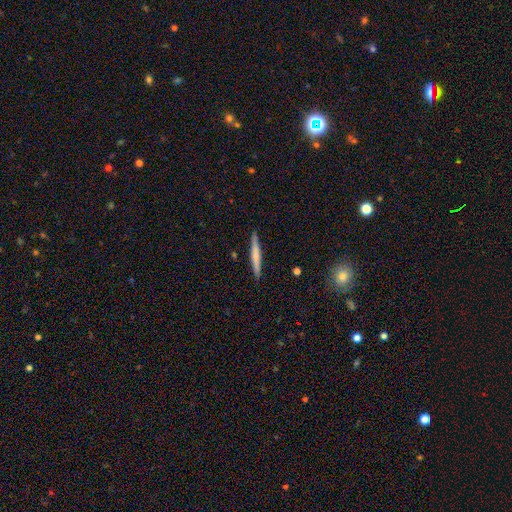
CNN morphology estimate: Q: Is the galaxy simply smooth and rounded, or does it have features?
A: smooth — 58%.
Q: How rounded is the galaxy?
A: cigar-shaped — 96%.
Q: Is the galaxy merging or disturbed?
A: none — 91%.